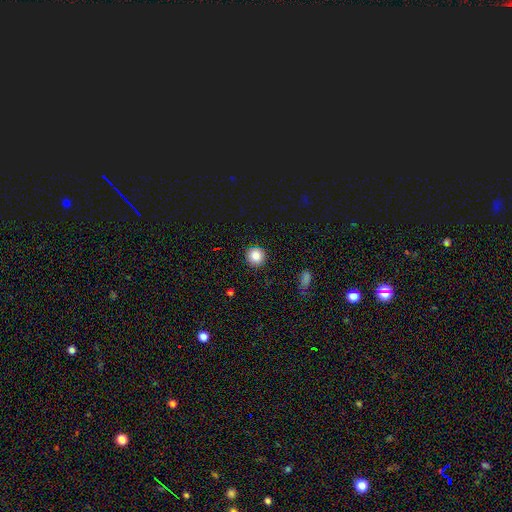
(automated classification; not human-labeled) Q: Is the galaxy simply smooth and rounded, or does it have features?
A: smooth — 85%.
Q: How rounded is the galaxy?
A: round — 95%.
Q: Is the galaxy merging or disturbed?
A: none — 92%.